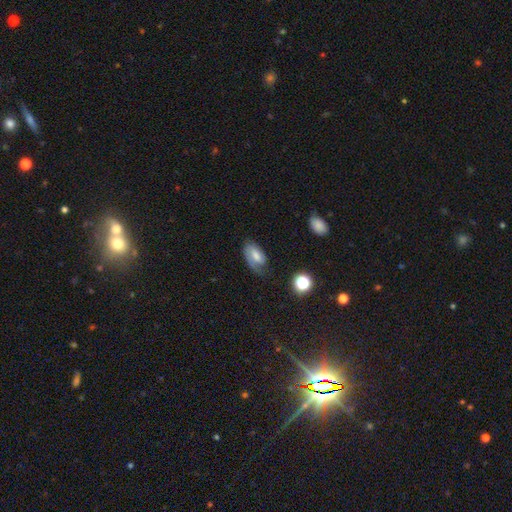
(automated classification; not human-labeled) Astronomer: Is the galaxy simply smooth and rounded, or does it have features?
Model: featured or disk — 49% (runner-up: smooth, 41%).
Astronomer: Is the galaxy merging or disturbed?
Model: none — 53%.